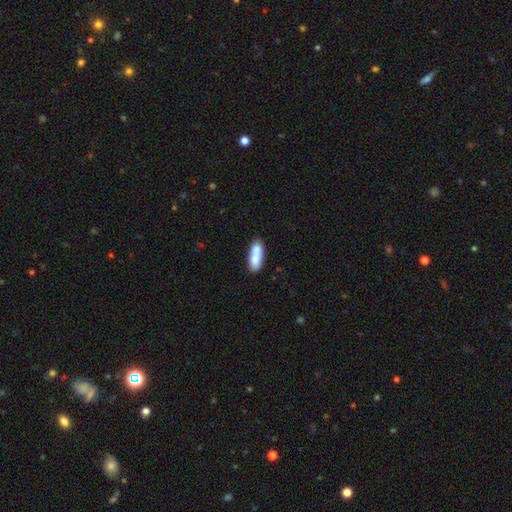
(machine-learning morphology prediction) A smooth galaxy with no disk features (72%) that is in between round and cigar-shaped (66%). Merging: none (42%).